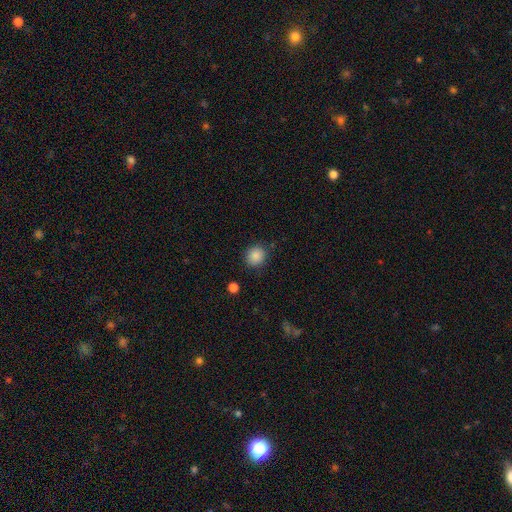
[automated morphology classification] Smooth or featured? smooth (87%)
How rounded? round (85%)
Merging? none (85%)